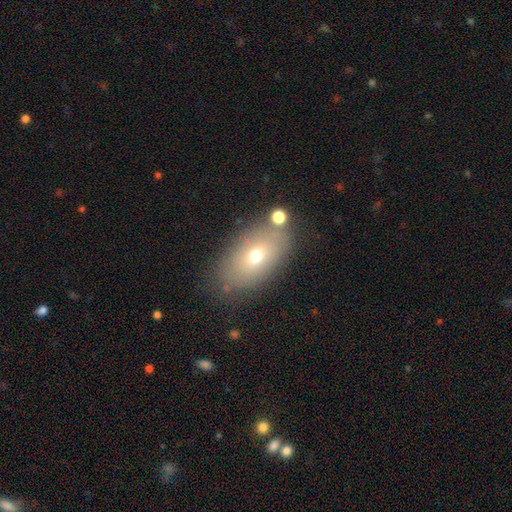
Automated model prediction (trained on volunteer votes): Morphology: type=smooth (64%); roundness=in between (88%); merging=none (73%).